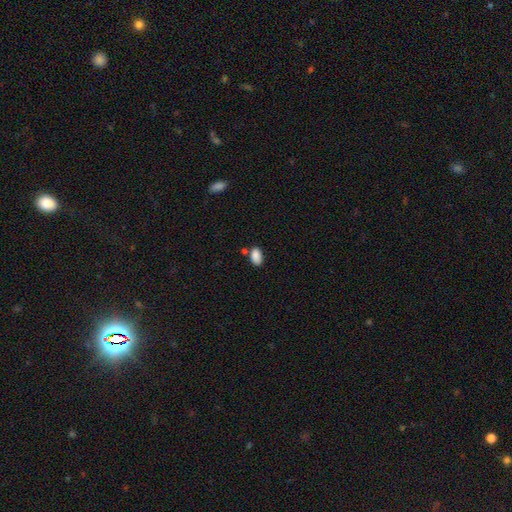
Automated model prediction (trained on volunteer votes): Smooth or featured? smooth (88%)
How rounded? in between (92%)
Merging? none (70%)